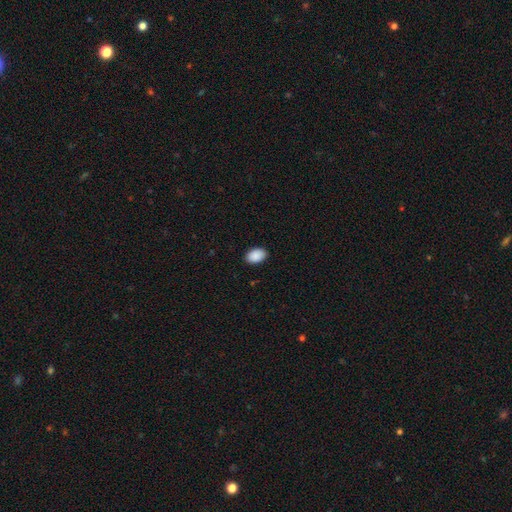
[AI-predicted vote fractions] This is clearly a smooth galaxy (91%). How rounded: clearly in between (88%). Merging: clearly none (89%).